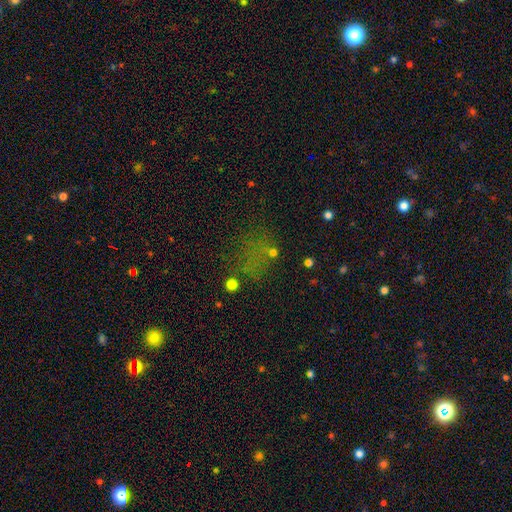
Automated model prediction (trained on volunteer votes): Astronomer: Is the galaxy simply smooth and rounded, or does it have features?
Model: star or artifact — 47% (runner-up: smooth, 39%).